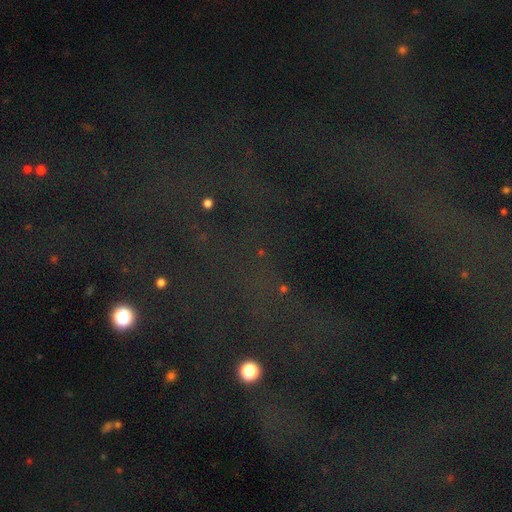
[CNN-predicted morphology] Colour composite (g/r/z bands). It shows a star or artifact, not a galaxy (75%).